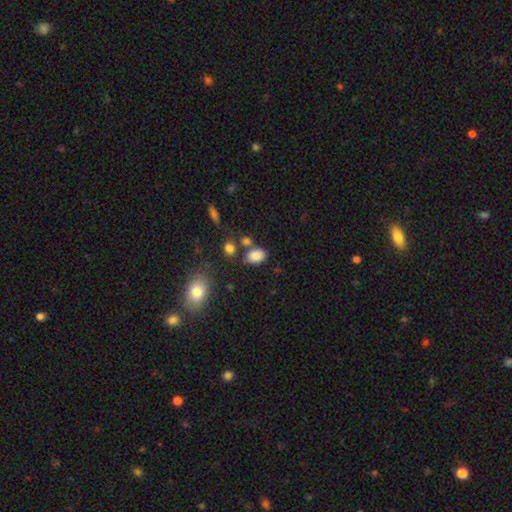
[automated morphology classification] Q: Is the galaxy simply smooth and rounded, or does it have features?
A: smooth — 84%.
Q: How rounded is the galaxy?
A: in between — 79%.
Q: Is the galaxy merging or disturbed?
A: none — 67%.